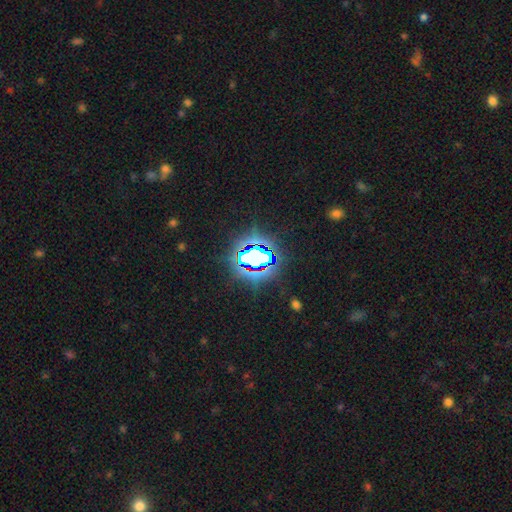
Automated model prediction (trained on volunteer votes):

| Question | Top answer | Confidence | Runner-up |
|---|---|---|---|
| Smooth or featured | star or artifact | 73% | smooth (16%) |